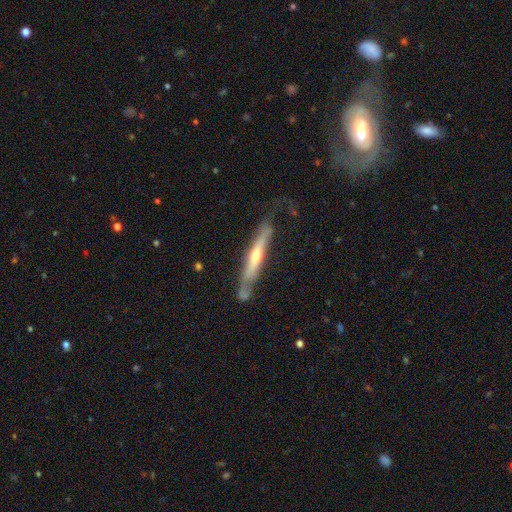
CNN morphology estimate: The model was most divided on "merging": none: 53%, minor disturbance: 26%, major disturbance: 12%, merger: 8%. More confident: edge-on disk — yes (87%); edge-on bulge — rounded (79%); smooth or featured — featured or disk (65%).